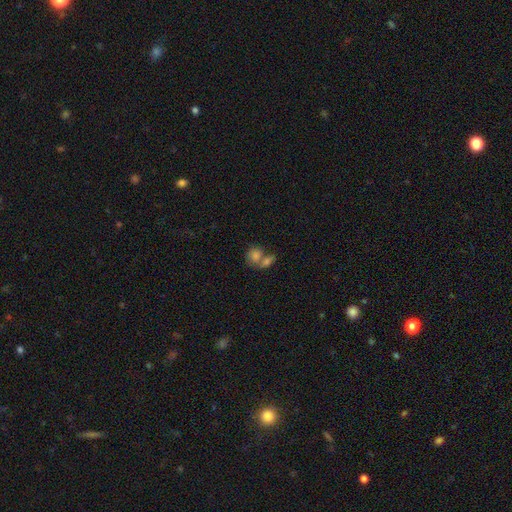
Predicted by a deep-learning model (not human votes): The model was most divided on "how rounded": round: 60%, in between: 38%, cigar-shaped: 2%. More confident: smooth or featured — smooth (77%); merging — merger (55%).